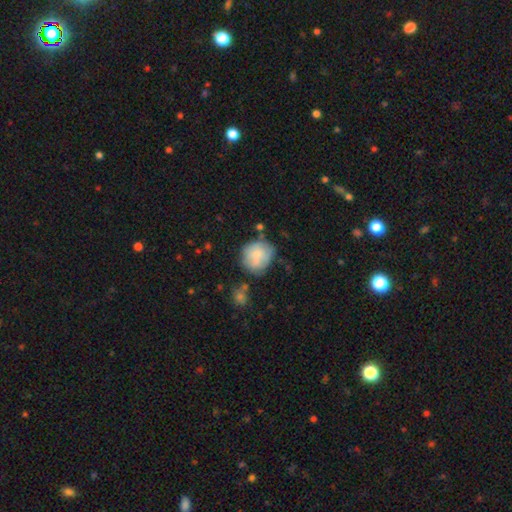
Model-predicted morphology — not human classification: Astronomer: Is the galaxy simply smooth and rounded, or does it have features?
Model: smooth — 71%.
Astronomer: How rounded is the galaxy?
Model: round — 79%.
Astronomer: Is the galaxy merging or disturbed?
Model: none — 53%.